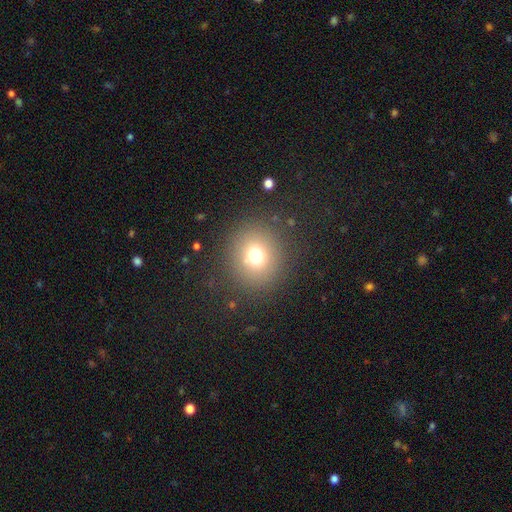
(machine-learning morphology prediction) Overall: smooth (71%). How rounded: round (88%). Merging: none (85%).